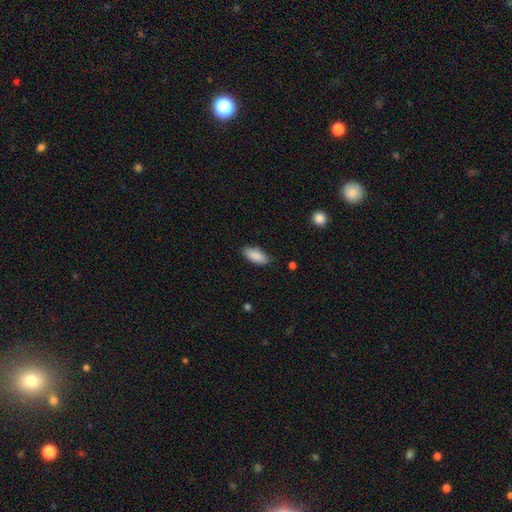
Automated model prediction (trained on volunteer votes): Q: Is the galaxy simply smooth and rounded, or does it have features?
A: smooth — 89%.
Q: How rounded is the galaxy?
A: in between — 86%.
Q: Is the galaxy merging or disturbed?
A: none — 84%.